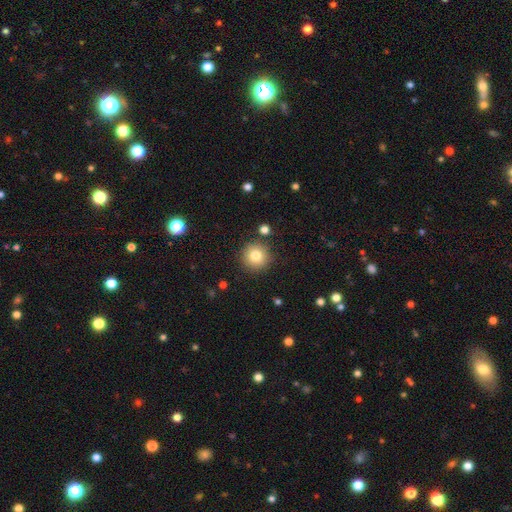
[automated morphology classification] Smooth or featured: smooth — 80% (star or artifact — 11%)
How rounded: round — 95% (in between — 4%)
Merging: none — 88% (minor disturbance — 7%)